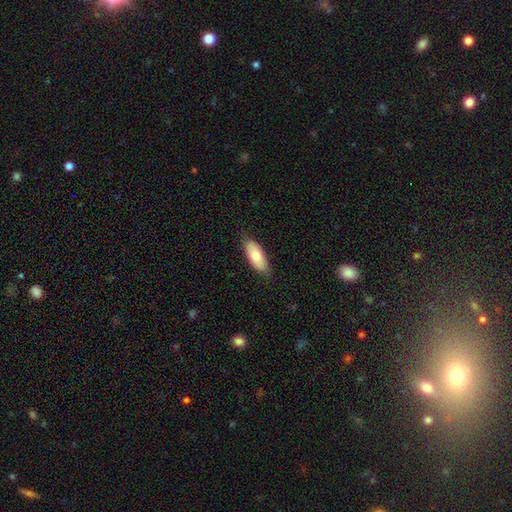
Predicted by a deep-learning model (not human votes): This is likely a smooth galaxy (76%). How rounded: clearly in between (81%). Merging: clearly none (83%).